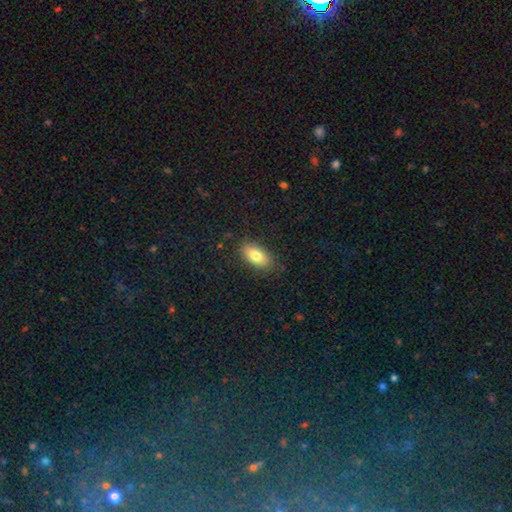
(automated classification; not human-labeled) smooth_or_featured: smooth (p=0.80) [alt: featured or disk p=0.12]
how_rounded: in between (p=0.89) [alt: cigar-shaped p=0.06]
merging: none (p=0.84) [alt: minor disturbance p=0.12]